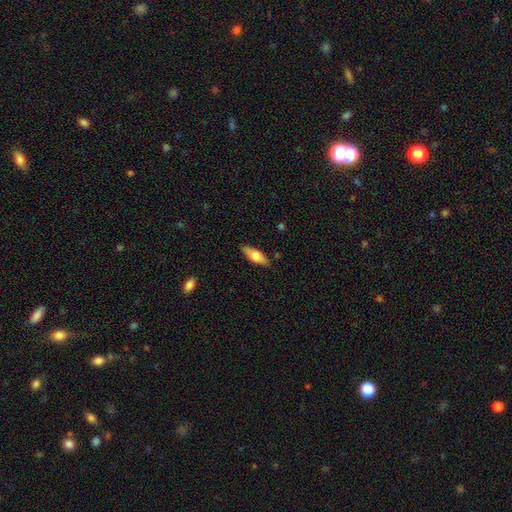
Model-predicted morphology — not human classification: Overall: smooth (59%; featured or disk 35%). How rounded: in between (60%; cigar-shaped 38%). Merging: none (86%).